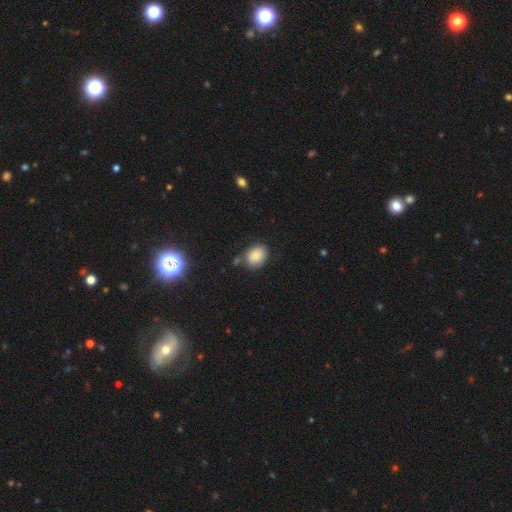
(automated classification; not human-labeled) Overall: smooth (86%). How rounded: in between (64%; round 35%). Merging: none (71%).